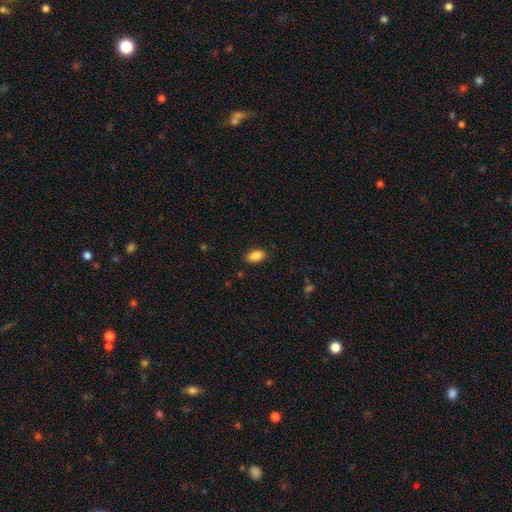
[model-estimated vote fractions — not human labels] Q: Smooth or featured?
A: smooth (88%); runner-up: star or artifact (8%)
Q: How rounded?
A: in between (93%); runner-up: round (5%)
Q: Merging?
A: none (87%); runner-up: minor disturbance (9%)